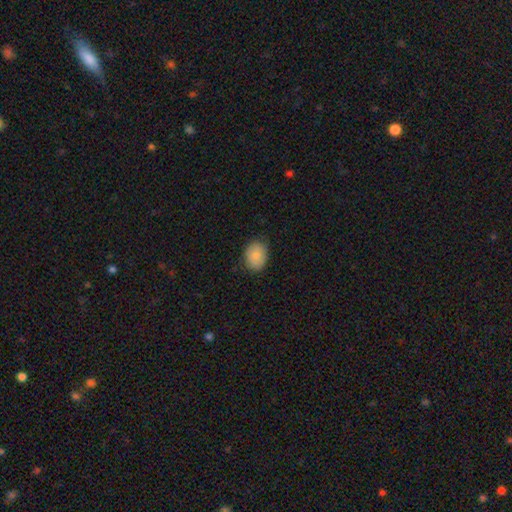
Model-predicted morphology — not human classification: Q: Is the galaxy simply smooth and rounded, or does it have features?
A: smooth — 86%.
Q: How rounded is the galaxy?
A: in between — 60%.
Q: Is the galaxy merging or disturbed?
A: none — 80%.